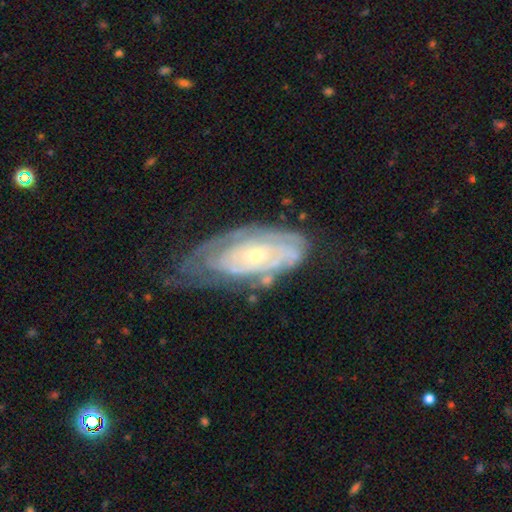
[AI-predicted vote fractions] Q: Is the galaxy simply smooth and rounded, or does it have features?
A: featured or disk — 80%.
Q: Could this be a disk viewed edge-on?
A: no — 92%.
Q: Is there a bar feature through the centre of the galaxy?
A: no — 76%.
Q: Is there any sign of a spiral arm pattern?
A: yes — 87%.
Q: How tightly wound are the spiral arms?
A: tight — 77%.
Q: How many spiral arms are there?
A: can't tell — 56%.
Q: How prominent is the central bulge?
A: small — 65%.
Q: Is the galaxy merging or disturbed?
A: none — 48%.